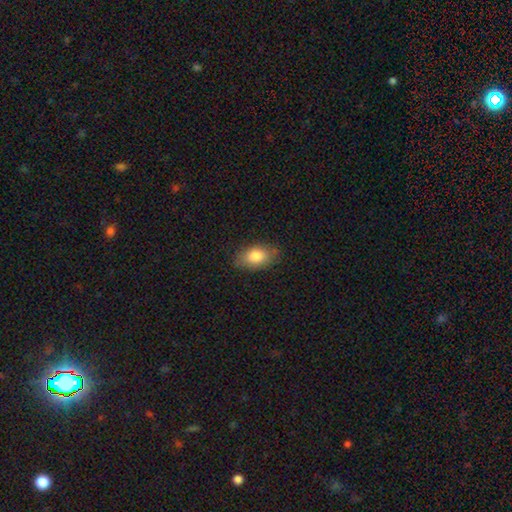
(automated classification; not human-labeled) This appears to be a smooth galaxy with no disk features (81%) that is in between round and cigar-shaped (88%). Merging: none (80%).